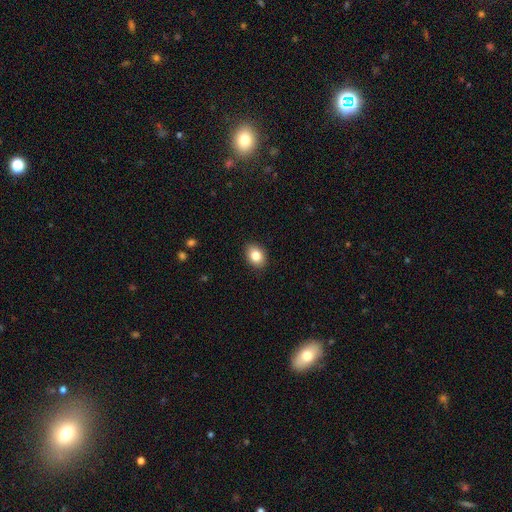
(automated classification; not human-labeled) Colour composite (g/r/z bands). It shows a smooth galaxy with no disk features (83%) that is in between round and cigar-shaped (69%). Merging: none (89%).